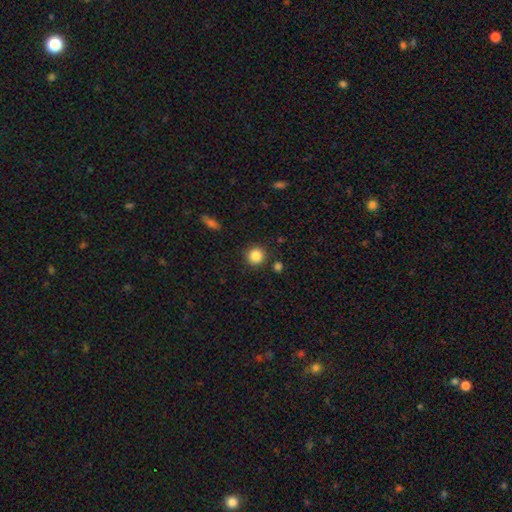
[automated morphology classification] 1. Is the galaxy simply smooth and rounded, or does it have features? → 86% smooth, 10% star or artifact, 4% featured or disk.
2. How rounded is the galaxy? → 93% round, 6% in between, 1% cigar-shaped.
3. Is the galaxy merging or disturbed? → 88% none, 7% minor disturbance, 3% merger, 2% major disturbance.